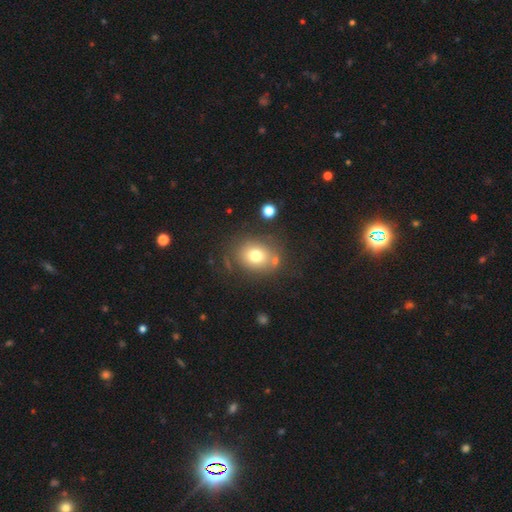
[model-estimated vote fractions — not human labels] Q: Smooth or featured?
A: smooth (73%); runner-up: featured or disk (15%)
Q: How rounded?
A: round (62%); runner-up: in between (37%)
Q: Merging?
A: none (71%); runner-up: minor disturbance (14%)